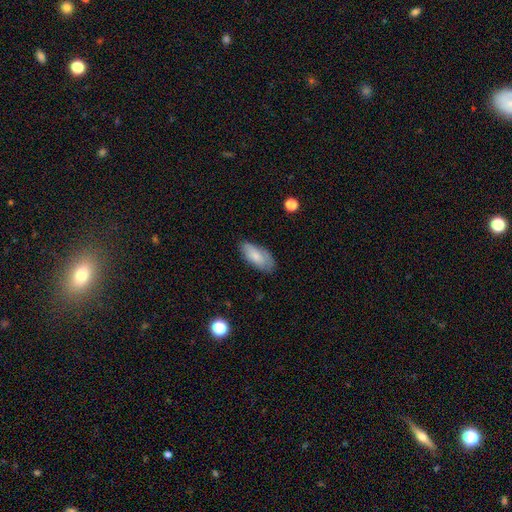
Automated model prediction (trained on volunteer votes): Morphology: type=smooth (79%); roundness=in between (87%); merging=none (71%).